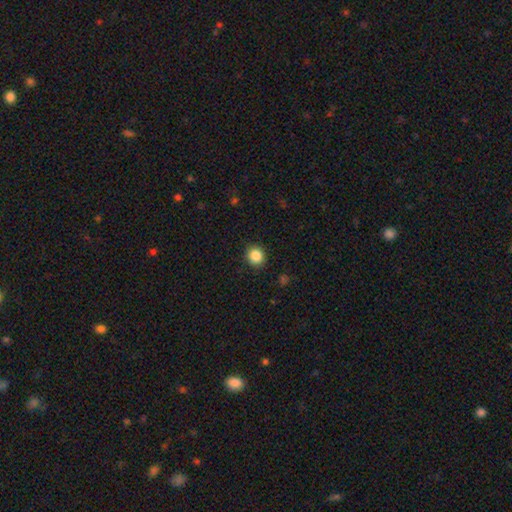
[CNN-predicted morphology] Smooth or featured? smooth (86%)
How rounded? round (86%)
Merging? none (90%)